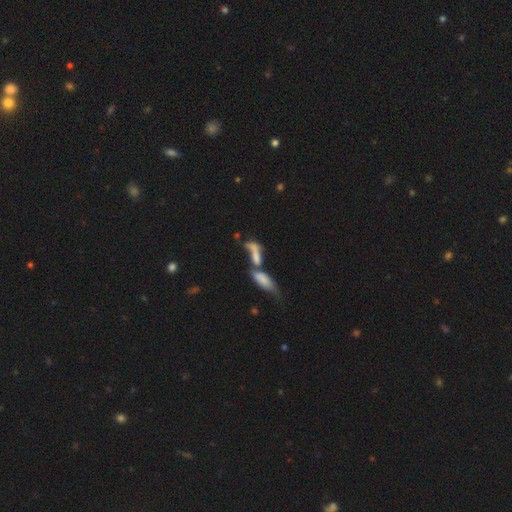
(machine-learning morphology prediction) smooth 45%, featured or disk 33%, star or artifact 22%. Down the decision tree: merging — none (42%).